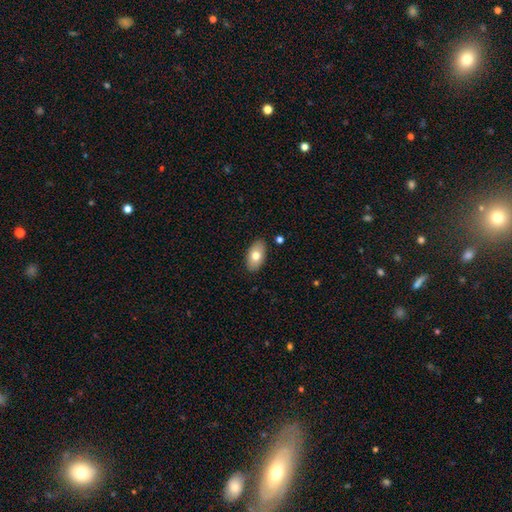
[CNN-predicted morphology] smooth-or-featured: smooth: 74% | featured or disk: 19% | star or artifact: 7%
  how-rounded: in between: 94% | round: 5% | cigar-shaped: 2%
  merging: none: 87% | minor disturbance: 10% | major disturbance: 2% | merger: 2%